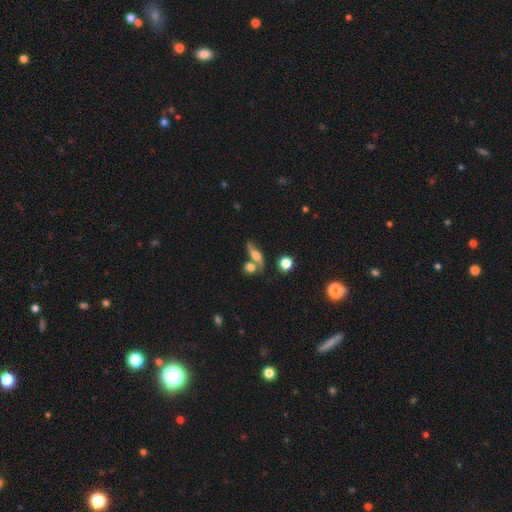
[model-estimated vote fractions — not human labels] A featured or disk galaxy (47%). Merging: none (48%).